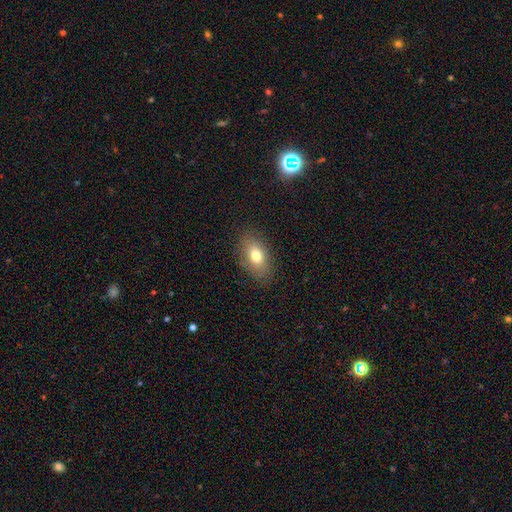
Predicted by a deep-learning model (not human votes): Smooth or featured? Predicted: smooth (p=0.74). How rounded? Predicted: in between (p=0.88). Merging? Predicted: none (p=0.84).